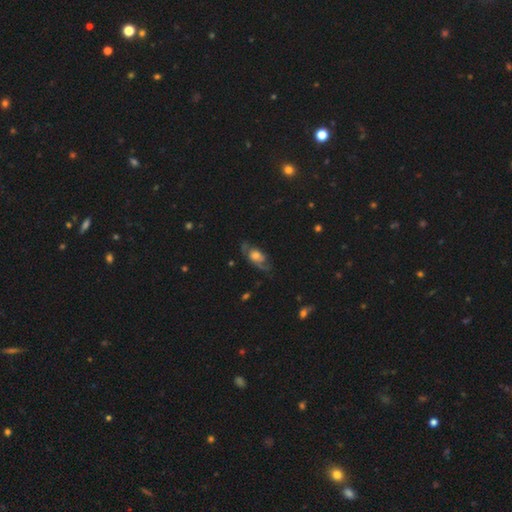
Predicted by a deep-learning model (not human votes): This is possibly a featured or disk galaxy (58%). It is clearly not viewed edge-on (83%). Merging: possibly none (59%).